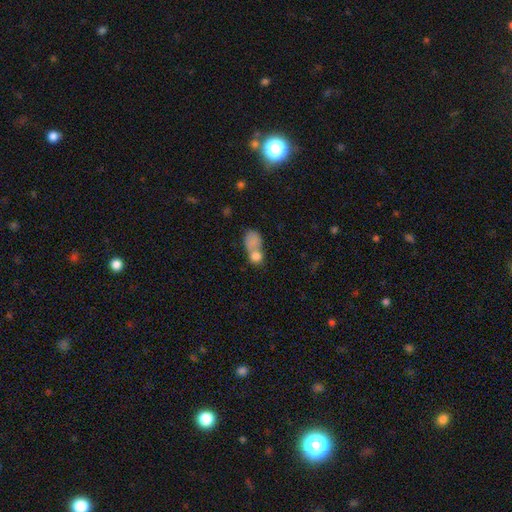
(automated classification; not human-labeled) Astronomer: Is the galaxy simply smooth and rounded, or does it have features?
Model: smooth — 78%.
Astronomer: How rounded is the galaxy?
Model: round — 52% (runner-up: in between, 45%).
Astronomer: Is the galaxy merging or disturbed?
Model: merger — 62%.